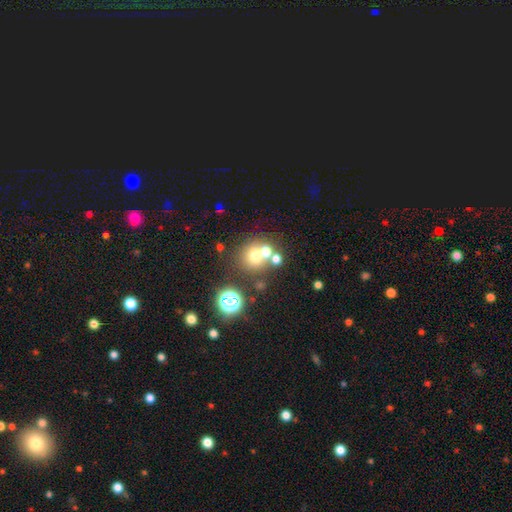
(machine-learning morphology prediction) Smooth or featured?
  - smooth: 62% *
  - star or artifact: 23%
  - featured or disk: 15%
How rounded?
  - round: 85% *
  - in between: 14%
  - cigar-shaped: 1%
Merging?
  - none: 56% *
  - merger: 30%
  - minor disturbance: 9%
  - major disturbance: 5%